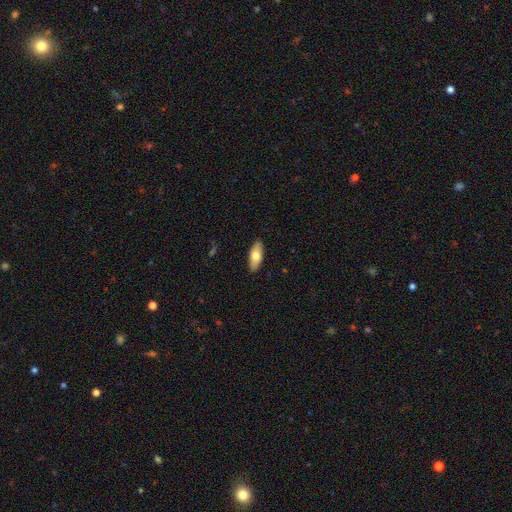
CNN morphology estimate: Overall: smooth (72%). How rounded: in between (83%). Merging: none (88%).